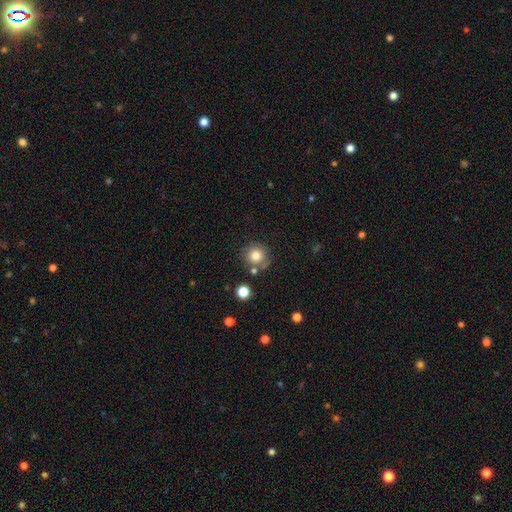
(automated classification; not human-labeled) Smooth or featured? smooth (80%)
How rounded? round (92%)
Merging? none (73%)